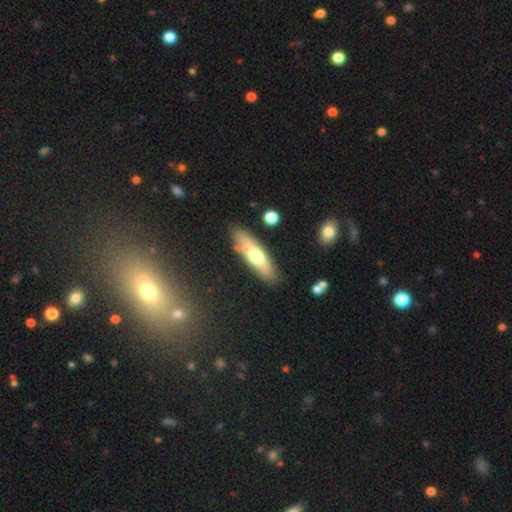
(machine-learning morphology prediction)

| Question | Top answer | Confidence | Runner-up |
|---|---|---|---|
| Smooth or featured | smooth | 56% | featured or disk (38%) |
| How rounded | cigar-shaped | 58% | in between (40%) |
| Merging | none | 80% | minor disturbance (12%) |